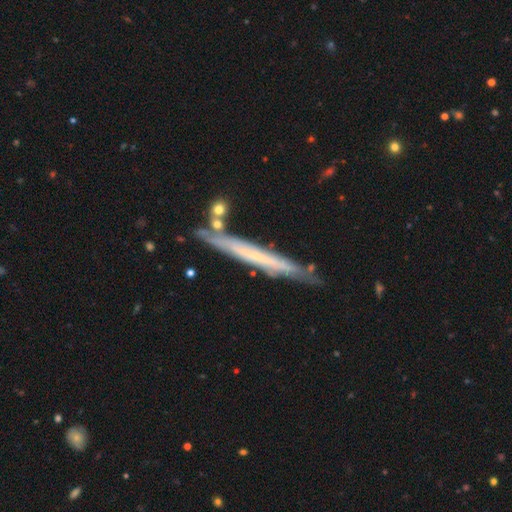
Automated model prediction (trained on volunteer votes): Smooth or featured?
  - featured or disk: 59% *
  - smooth: 35%
  - star or artifact: 6%
Edge-on disk?
  - yes: 90% *
  - no: 10%
Edge-on bulge?
  - none: 84% *
  - rounded: 11%
  - boxy: 5%
Merging?
  - none: 76% *
  - minor disturbance: 16%
  - merger: 5%
  - major disturbance: 3%